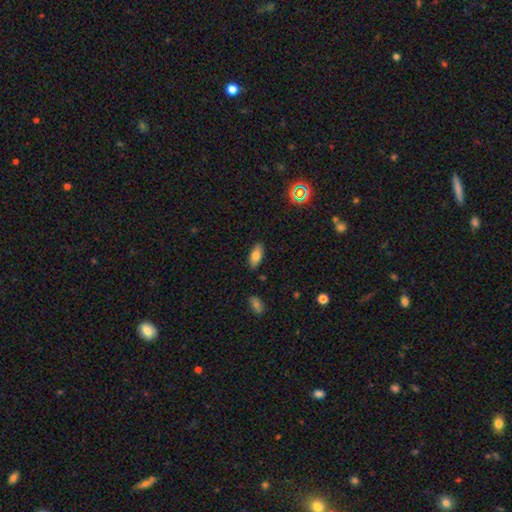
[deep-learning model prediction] Overall: smooth (80%). How rounded: in between (85%). Merging: none (85%).